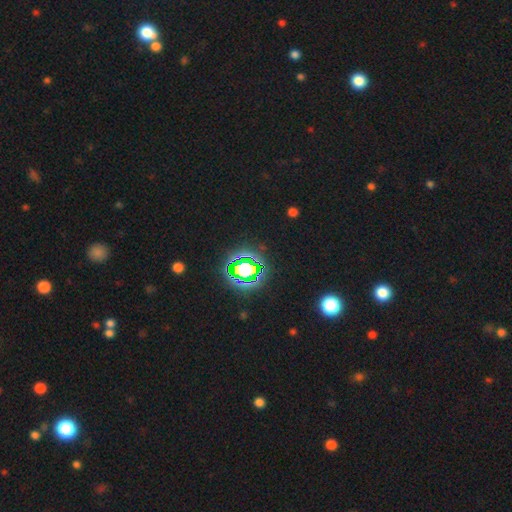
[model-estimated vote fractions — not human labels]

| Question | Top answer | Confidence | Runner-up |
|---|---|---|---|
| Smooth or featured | star or artifact | 81% | smooth (13%) |